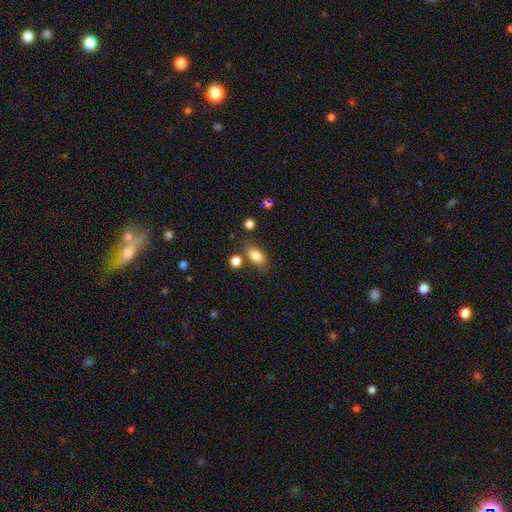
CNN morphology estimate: smooth_or_featured: smooth (p=0.79) [alt: featured or disk p=0.11]
how_rounded: in between (p=0.84) [alt: round p=0.09]
merging: none (p=0.67) [alt: minor disturbance p=0.18]